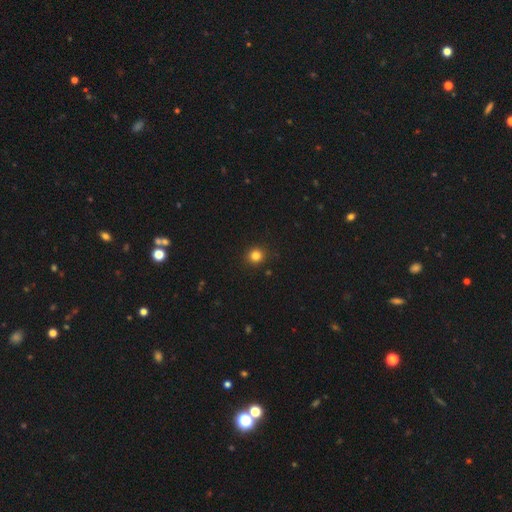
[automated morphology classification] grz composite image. It shows a smooth galaxy with no disk features (83%) that is round (92%). Merging: none (92%).